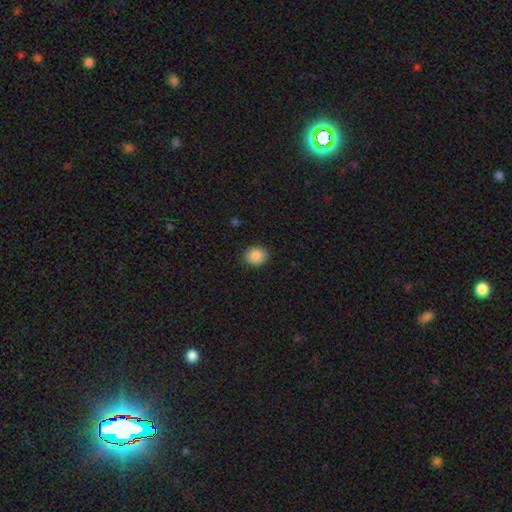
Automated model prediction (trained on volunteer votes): Smooth or featured?
  - smooth: 88% *
  - star or artifact: 8%
  - featured or disk: 4%
How rounded?
  - round: 57% *
  - in between: 42%
  - cigar-shaped: 1%
Merging?
  - none: 88% *
  - minor disturbance: 8%
  - major disturbance: 2%
  - merger: 1%